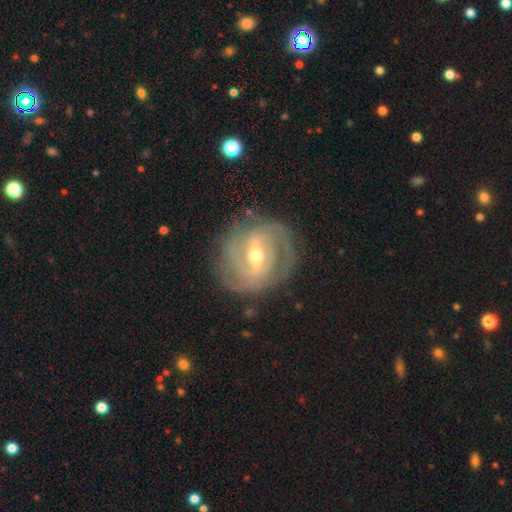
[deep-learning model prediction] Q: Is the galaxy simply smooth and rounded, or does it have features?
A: featured or disk — 89%.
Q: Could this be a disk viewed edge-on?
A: no — 96%.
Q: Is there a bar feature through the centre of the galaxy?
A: strong — 49%.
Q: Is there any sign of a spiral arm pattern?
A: yes — 95%.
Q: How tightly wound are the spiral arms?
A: tight — 60%.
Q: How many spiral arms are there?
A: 2 — 40%.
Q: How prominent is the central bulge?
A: moderate — 67%.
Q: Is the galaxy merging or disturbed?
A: none — 78%.